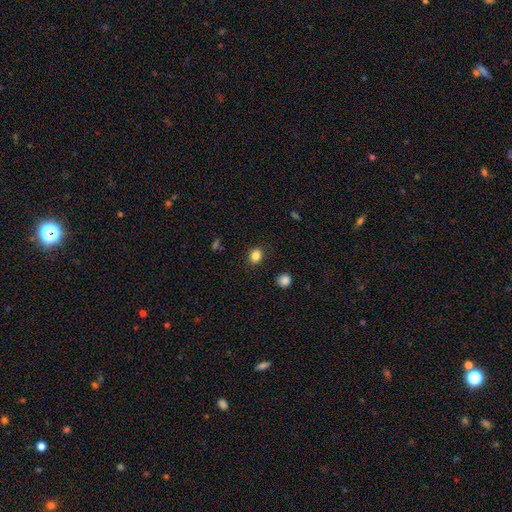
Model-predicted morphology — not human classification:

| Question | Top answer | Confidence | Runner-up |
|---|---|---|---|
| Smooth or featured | smooth | 84% | star or artifact (11%) |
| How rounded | round | 59% | in between (40%) |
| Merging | none | 87% | minor disturbance (9%) |